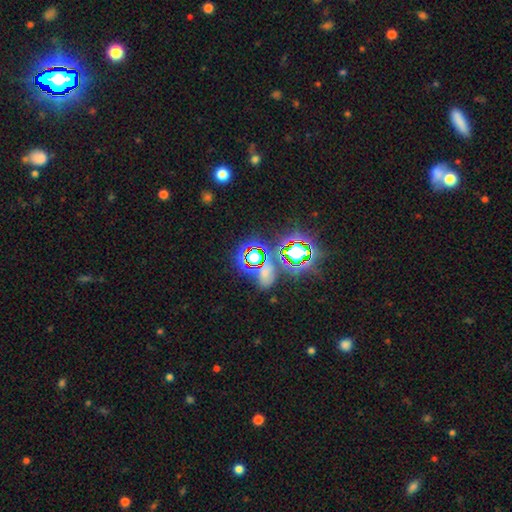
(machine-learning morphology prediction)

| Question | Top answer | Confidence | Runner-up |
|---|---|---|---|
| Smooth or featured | star or artifact | 70% | smooth (19%) |